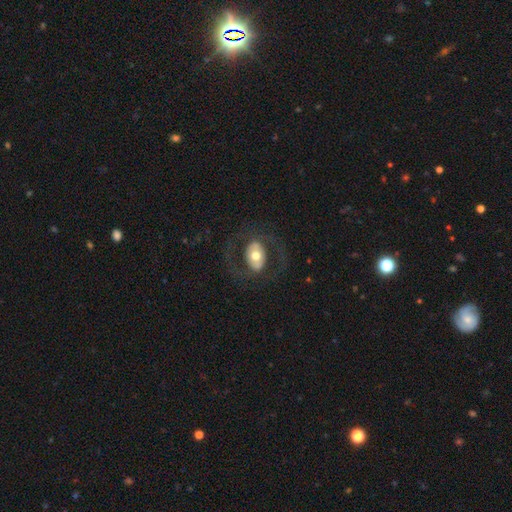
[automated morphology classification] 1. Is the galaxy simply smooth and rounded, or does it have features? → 56% featured or disk, 38% smooth, 6% star or artifact.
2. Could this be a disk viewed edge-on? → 94% no, 6% yes.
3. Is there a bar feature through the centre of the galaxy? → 61% no, 23% weak, 16% strong.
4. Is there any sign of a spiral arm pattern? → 54% no, 46% yes.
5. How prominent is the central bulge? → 66% moderate, 23% large, 8% small, 2% dominant, 1% none.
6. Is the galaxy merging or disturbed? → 72% none, 15% major disturbance, 12% minor disturbance, 1% merger.